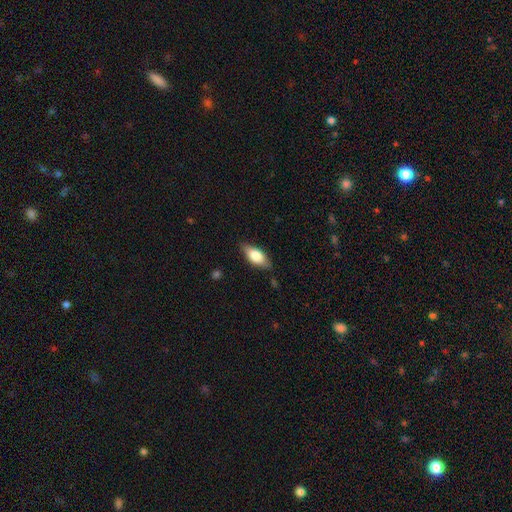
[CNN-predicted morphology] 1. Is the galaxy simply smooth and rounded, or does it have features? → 71% smooth, 22% featured or disk, 6% star or artifact.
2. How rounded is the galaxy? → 83% in between, 14% cigar-shaped, 3% round.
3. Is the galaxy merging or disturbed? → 80% none, 15% minor disturbance, 3% major disturbance, 1% merger.